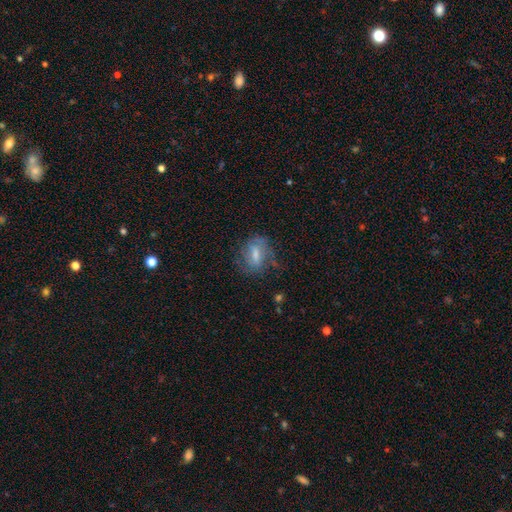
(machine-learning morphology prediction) Q: Smooth or featured?
A: featured or disk (49%); runner-up: smooth (39%)
Q: Merging?
A: none (62%); runner-up: minor disturbance (22%)